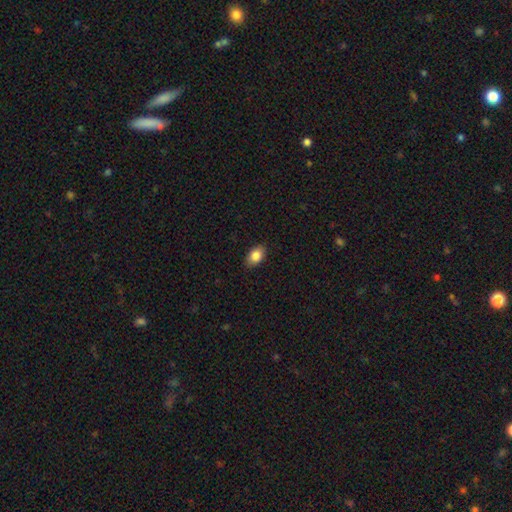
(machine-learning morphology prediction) smooth_or_featured: smooth (p=0.86) [alt: star or artifact p=0.08]
how_rounded: in between (p=0.86) [alt: round p=0.13]
merging: none (p=0.87) [alt: minor disturbance p=0.10]